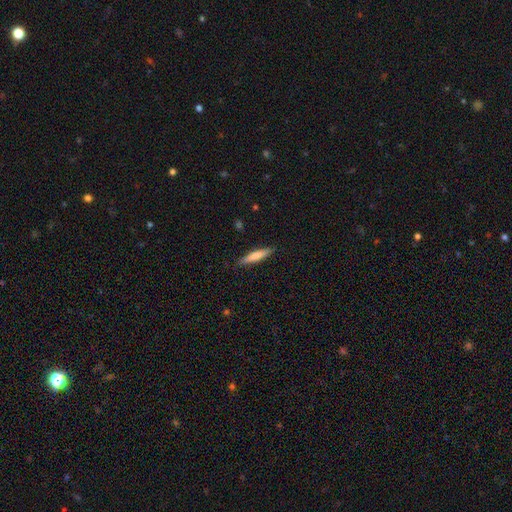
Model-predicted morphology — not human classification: A smooth galaxy with no disk features (63%) that is cigar-shaped (88%).

Vote fractions:
- Smooth or featured? smooth: 63% / featured or disk: 31% / star or artifact: 6%
- How rounded? cigar-shaped: 88% / in between: 11% / round: 1%
- Merging? none: 88% / minor disturbance: 9% / major disturbance: 2% / merger: 1%